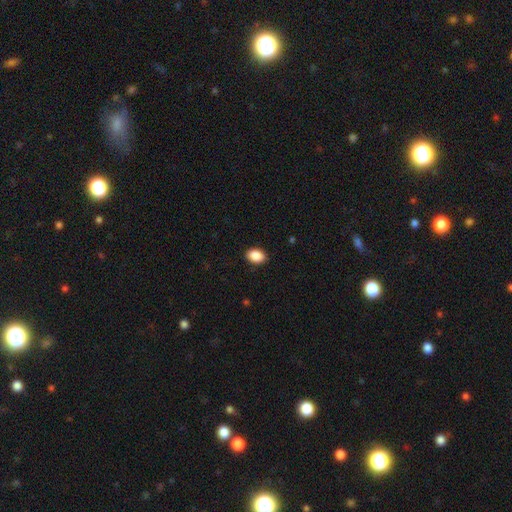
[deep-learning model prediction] smooth_or_featured: smooth (p=0.89) [alt: star or artifact p=0.07]
how_rounded: in between (p=0.80) [alt: round p=0.19]
merging: none (p=0.90) [alt: minor disturbance p=0.07]